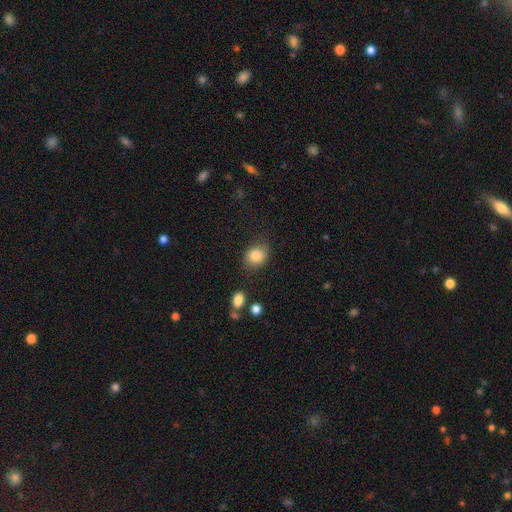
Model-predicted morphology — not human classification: The model was most divided on "how rounded": round: 55%, in between: 44%, cigar-shaped: 1%. More confident: smooth or featured — smooth (84%); merging — none (74%).